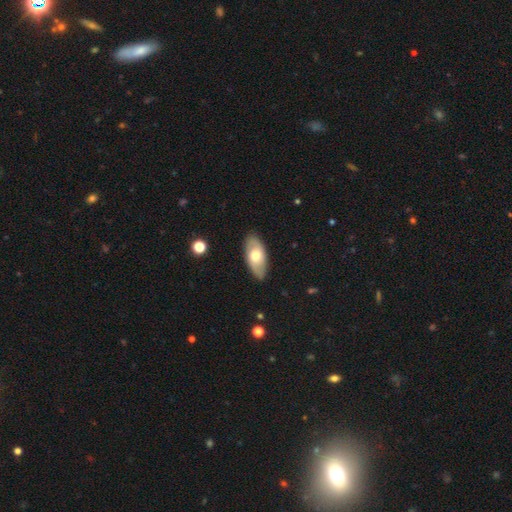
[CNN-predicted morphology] Q: Smooth or featured?
A: smooth (52%); runner-up: featured or disk (42%)
Q: How rounded?
A: in between (91%); runner-up: cigar-shaped (5%)
Q: Merging?
A: none (84%); runner-up: minor disturbance (13%)